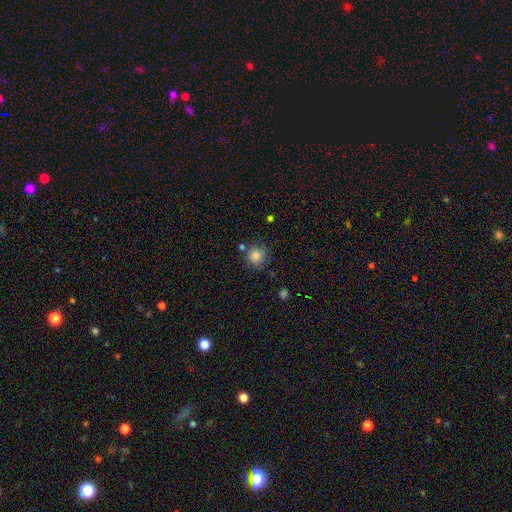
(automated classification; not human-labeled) Overall: smooth (84%). How rounded: round (90%). Merging: none (75%).